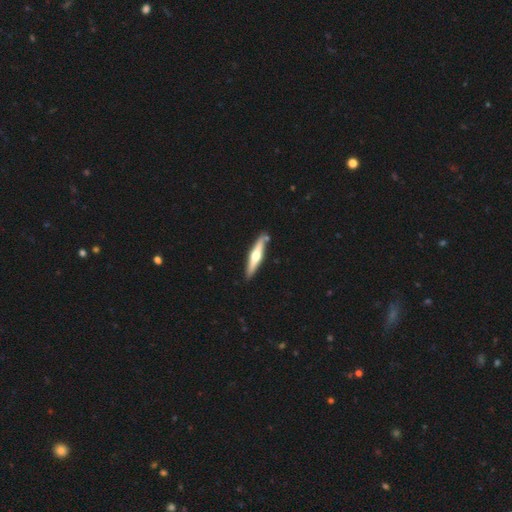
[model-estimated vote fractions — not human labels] Smooth or featured: featured or disk — 61% (smooth — 34%)
Edge-on disk: yes — 95% (no — 5%)
Edge-on bulge: rounded — 92% (none — 4%)
Merging: none — 84% (minor disturbance — 10%)